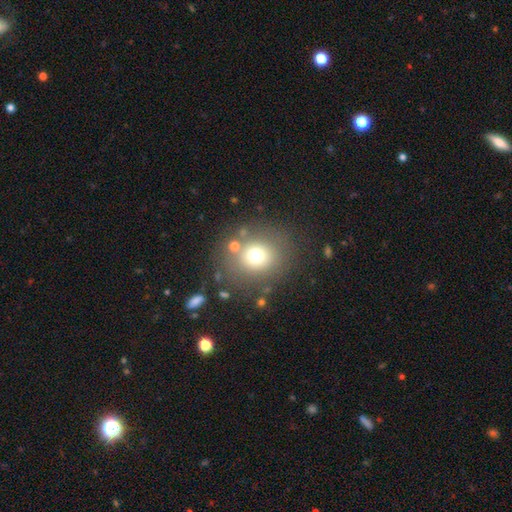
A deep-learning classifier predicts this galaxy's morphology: Q: Smooth or featured?
A: smooth (71%); runner-up: star or artifact (16%)
Q: How rounded?
A: round (79%); runner-up: in between (20%)
Q: Merging?
A: none (77%); runner-up: minor disturbance (11%)